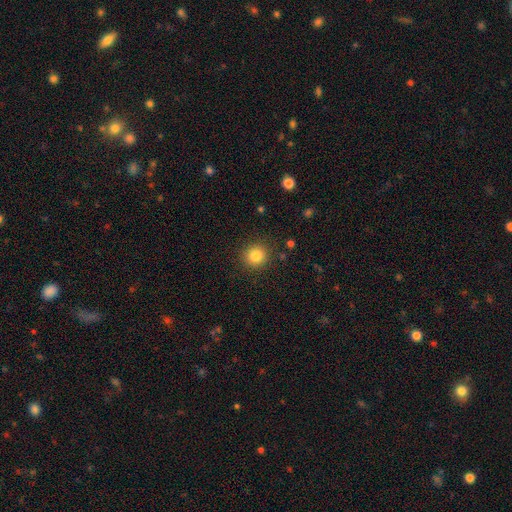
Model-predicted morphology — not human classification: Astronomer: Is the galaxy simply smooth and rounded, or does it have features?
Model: smooth — 84%.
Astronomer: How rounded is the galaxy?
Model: round — 90%.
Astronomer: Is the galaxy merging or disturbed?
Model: none — 89%.